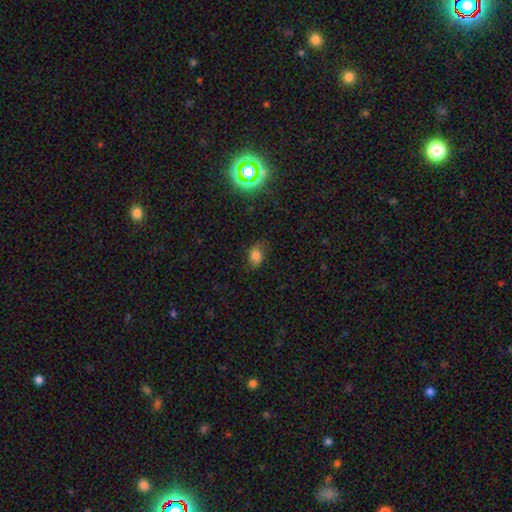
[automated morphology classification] Overall: smooth (76%). How rounded: in between (81%). Merging: none (71%).